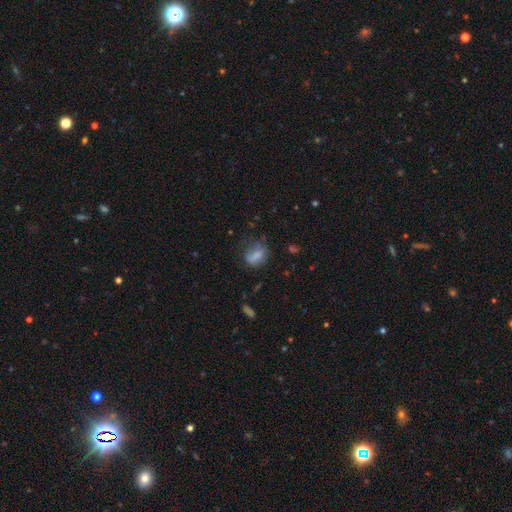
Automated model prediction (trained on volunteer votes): Overall: smooth (72%). How rounded: in between (69%). Merging: none (55%; minor disturbance 27%).